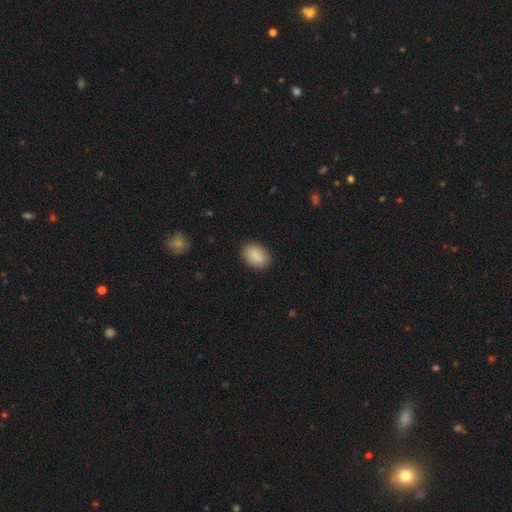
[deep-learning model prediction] Smooth or featured?
  - smooth: 88% *
  - star or artifact: 7%
  - featured or disk: 5%
How rounded?
  - in between: 85% *
  - round: 14%
  - cigar-shaped: 1%
Merging?
  - none: 83% *
  - minor disturbance: 12%
  - major disturbance: 3%
  - merger: 2%